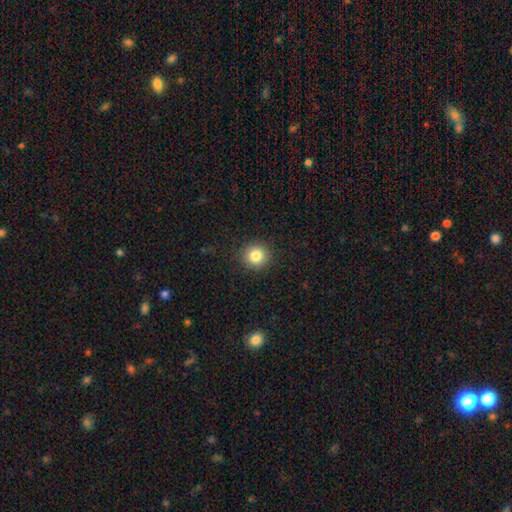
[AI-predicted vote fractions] The model was most divided on "smooth or featured": smooth: 83%, star or artifact: 11%, featured or disk: 6%. More confident: how rounded — round (93%); merging — none (91%).